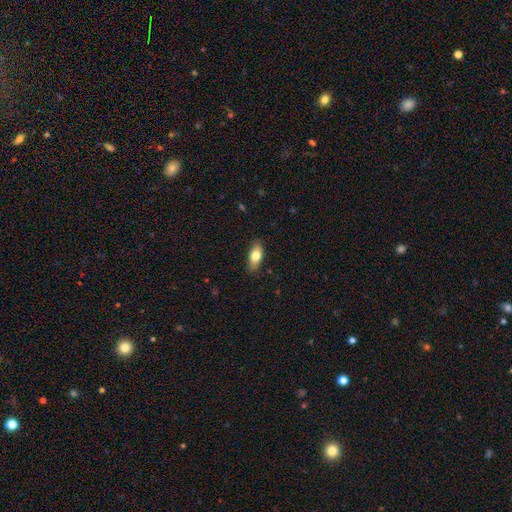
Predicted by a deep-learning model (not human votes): Q: Smooth or featured?
A: smooth (75%); runner-up: featured or disk (18%)
Q: How rounded?
A: in between (80%); runner-up: cigar-shaped (16%)
Q: Merging?
A: none (84%); runner-up: minor disturbance (12%)